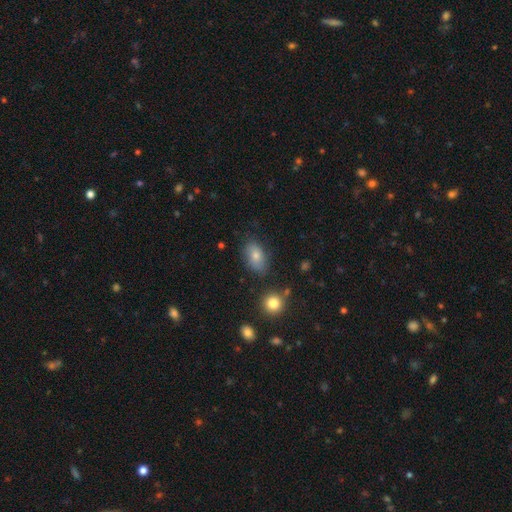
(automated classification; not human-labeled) A smooth galaxy with no disk features (76%) that is in between round and cigar-shaped (87%). Merging: none (76%).